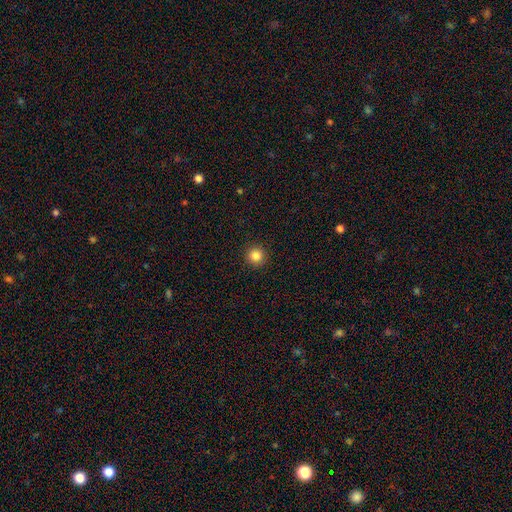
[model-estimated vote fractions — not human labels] Smooth or featured: smooth — 84% (star or artifact — 12%)
How rounded: round — 96% (in between — 3%)
Merging: none — 93% (minor disturbance — 4%)